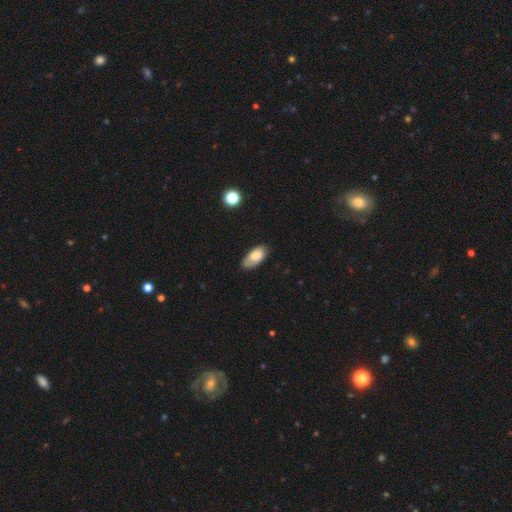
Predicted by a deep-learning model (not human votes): smooth 76%, featured or disk 17%, star or artifact 7%. Down the decision tree: how rounded — in between (91%); merging — none (66%).